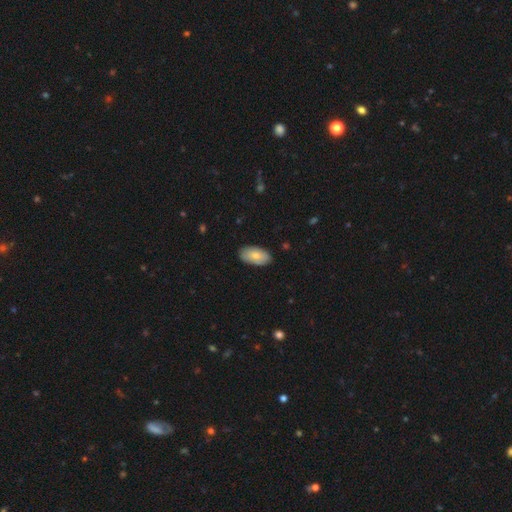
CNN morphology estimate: Smooth or featured? smooth (79%)
How rounded? in between (95%)
Merging? none (86%)